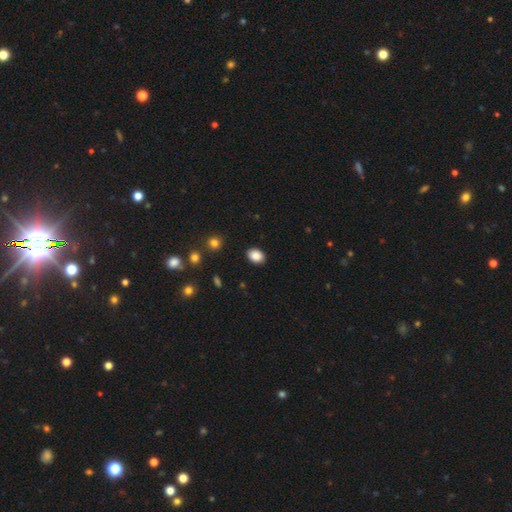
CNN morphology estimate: Smooth or featured: smooth — 88% (star or artifact — 9%)
How rounded: in between — 71% (round — 28%)
Merging: none — 89% (minor disturbance — 8%)